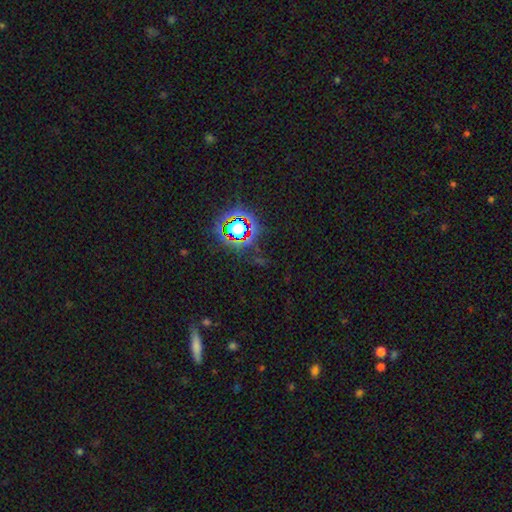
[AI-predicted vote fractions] A star or artifact, not a galaxy (76%).

Vote fractions:
- Smooth or featured? star or artifact: 76% / smooth: 13% / featured or disk: 10%